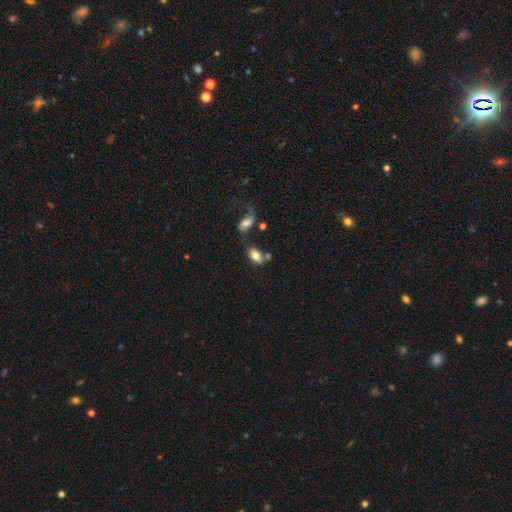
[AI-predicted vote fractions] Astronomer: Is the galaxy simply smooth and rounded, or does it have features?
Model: smooth — 76%.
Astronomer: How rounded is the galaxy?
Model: in between — 88%.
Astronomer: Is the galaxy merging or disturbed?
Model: none — 45% (runner-up: merger, 29%).